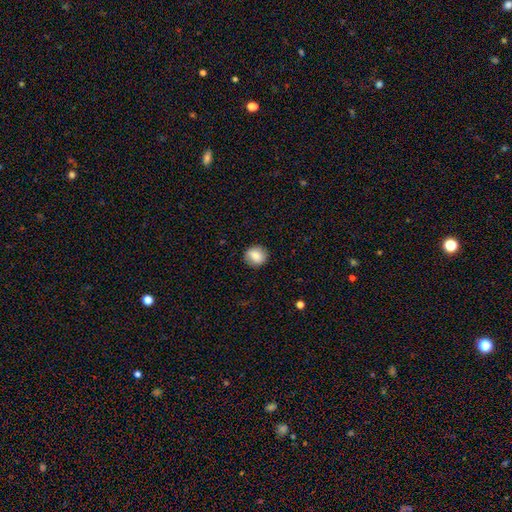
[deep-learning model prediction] Morphology: type=smooth (81%); roundness=round (84%); merging=none (88%).